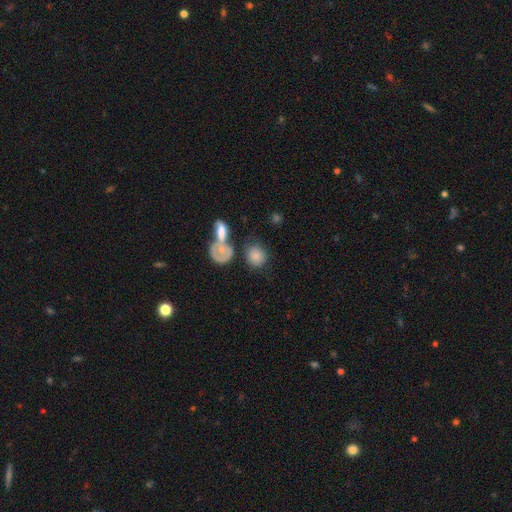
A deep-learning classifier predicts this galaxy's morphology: smooth_or_featured: smooth (p=0.78) [alt: featured or disk p=0.14]
how_rounded: round (p=0.73) [alt: in between p=0.25]
merging: none (p=0.49) [alt: merger p=0.28]